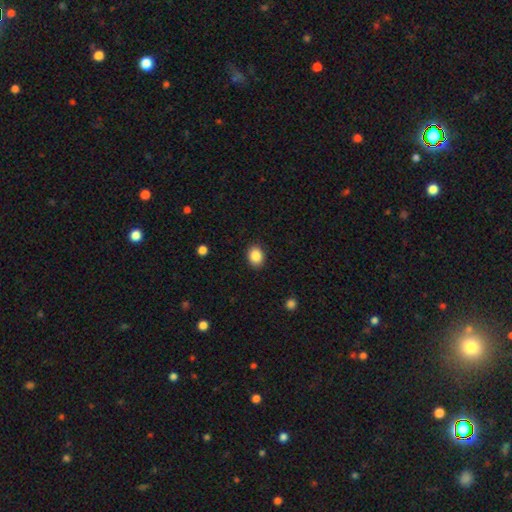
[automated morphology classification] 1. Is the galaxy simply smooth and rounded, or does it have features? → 87% smooth, 9% star or artifact, 4% featured or disk.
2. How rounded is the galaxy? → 56% in between, 43% round, 1% cigar-shaped.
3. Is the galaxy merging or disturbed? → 89% none, 8% minor disturbance, 2% major disturbance, 1% merger.